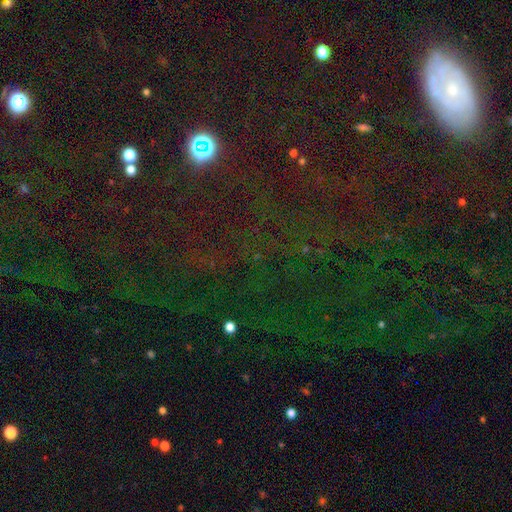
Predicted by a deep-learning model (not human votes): Smooth or featured? star or artifact (73%)